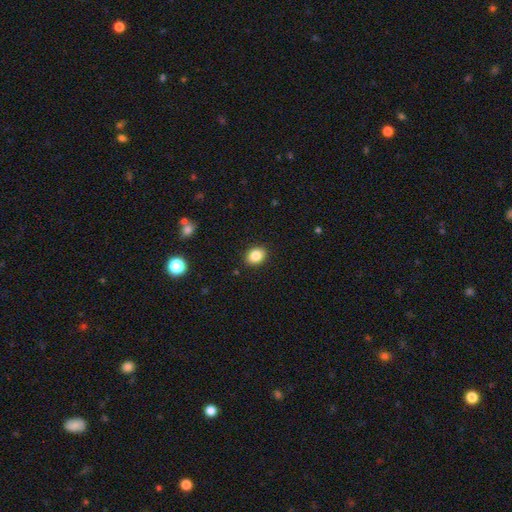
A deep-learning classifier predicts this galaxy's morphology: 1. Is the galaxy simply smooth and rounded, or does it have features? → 86% smooth, 9% star or artifact, 5% featured or disk.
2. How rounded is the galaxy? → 58% in between, 41% round, 1% cigar-shaped.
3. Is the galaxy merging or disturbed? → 89% none, 8% minor disturbance, 2% major disturbance, 1% merger.